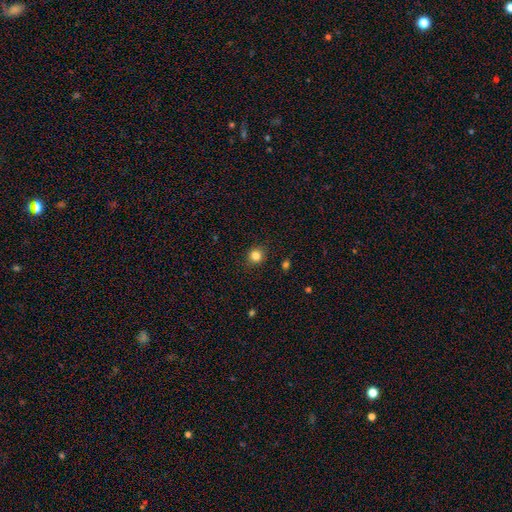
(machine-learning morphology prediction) A smooth galaxy with no disk features (83%) that is round (87%).

Vote fractions:
- Smooth or featured? smooth: 83% / star or artifact: 12% / featured or disk: 5%
- How rounded? round: 87% / in between: 12% / cigar-shaped: 1%
- Merging? none: 89% / minor disturbance: 8% / major disturbance: 2% / merger: 1%